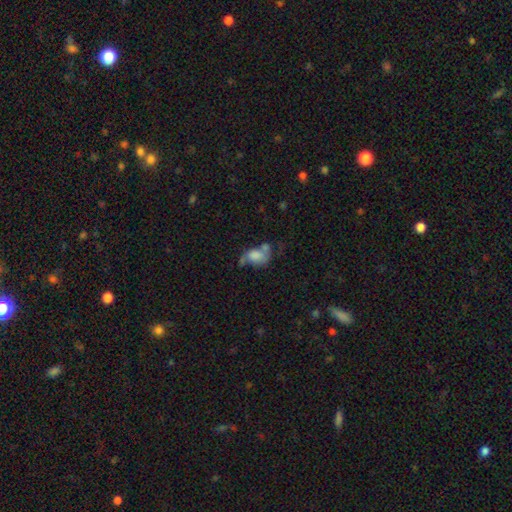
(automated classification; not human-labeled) A smooth galaxy with no disk features (59%) that is in between round and cigar-shaped (74%). Merging: merger (31%).